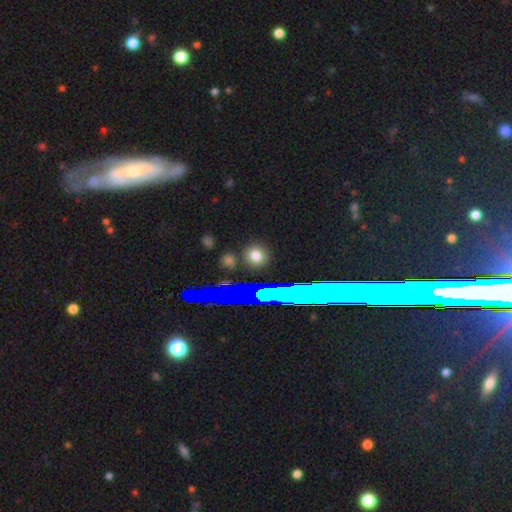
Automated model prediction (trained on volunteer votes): Overall: smooth (76%). How rounded: round (86%). Merging: none (89%).